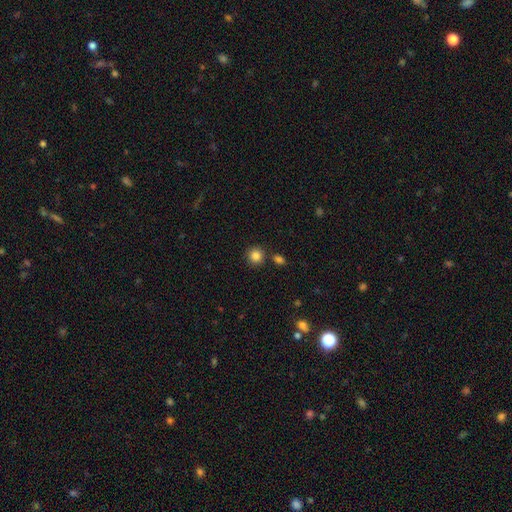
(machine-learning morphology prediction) Smooth or featured? Predicted: smooth (p=0.85). How rounded? Predicted: round (p=0.92). Merging? Predicted: none (p=0.83).